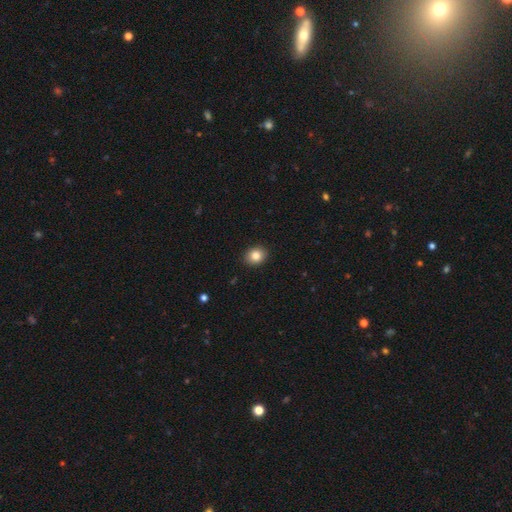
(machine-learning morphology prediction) Smooth or featured? smooth (85%)
How rounded? round (56%)
Merging? none (89%)